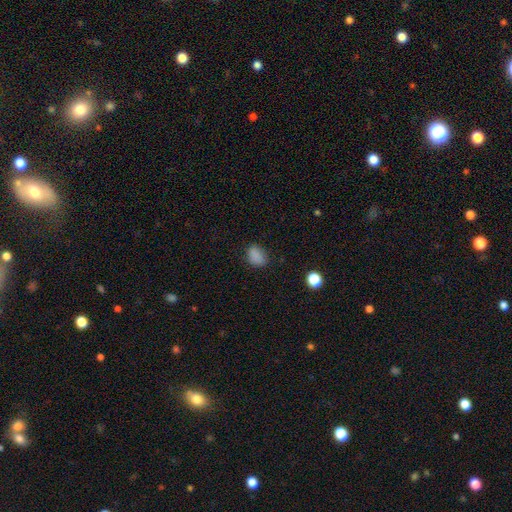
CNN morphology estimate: This appears to be a smooth galaxy with no disk features (84%) that is in between round and cigar-shaped (76%). Merging: none (78%).